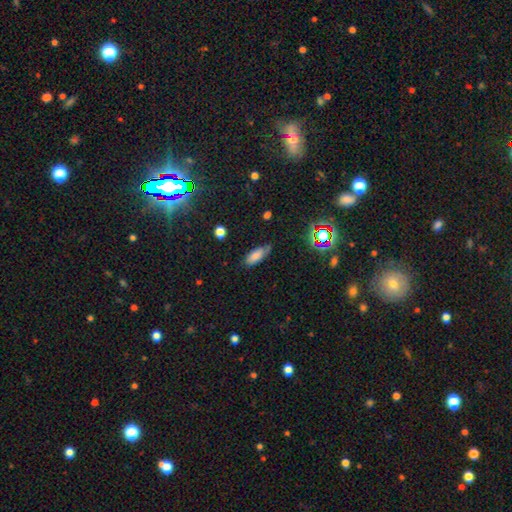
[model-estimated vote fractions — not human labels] A smooth galaxy with no disk features (77%) that is in between round and cigar-shaped (78%).

Vote fractions:
- Smooth or featured? smooth: 77% / featured or disk: 13% / star or artifact: 11%
- How rounded? in between: 78% / cigar-shaped: 19% / round: 2%
- Merging? none: 63% / minor disturbance: 29% / major disturbance: 6% / merger: 2%